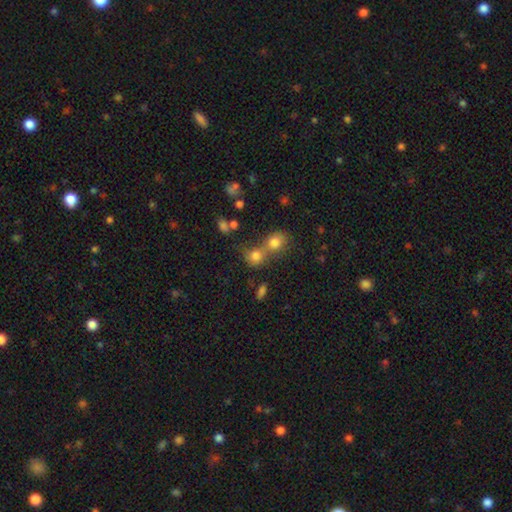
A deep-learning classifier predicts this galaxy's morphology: This appears to be a smooth galaxy with no disk features (76%) that is round (73%). Merging: merger (54%).